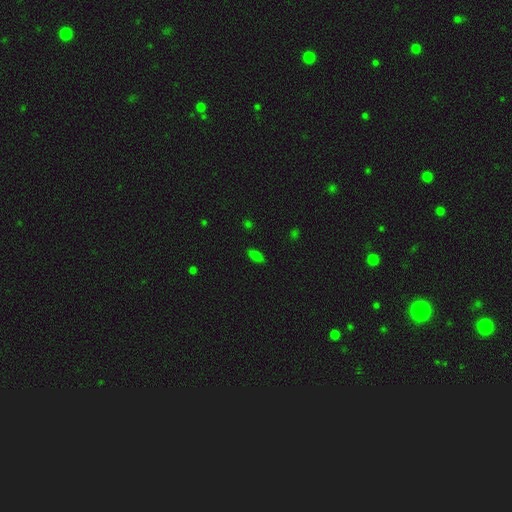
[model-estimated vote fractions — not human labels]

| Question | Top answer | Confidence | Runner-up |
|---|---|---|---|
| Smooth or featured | smooth | 77% | star or artifact (17%) |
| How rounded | in between | 84% | cigar-shaped (13%) |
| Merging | none | 85% | minor disturbance (11%) |